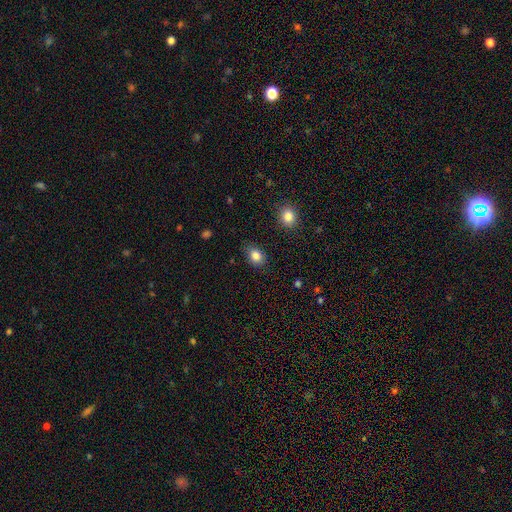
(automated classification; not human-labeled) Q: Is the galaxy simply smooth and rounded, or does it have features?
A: smooth — 84%.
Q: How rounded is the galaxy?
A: in between — 61%.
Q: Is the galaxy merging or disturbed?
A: none — 81%.